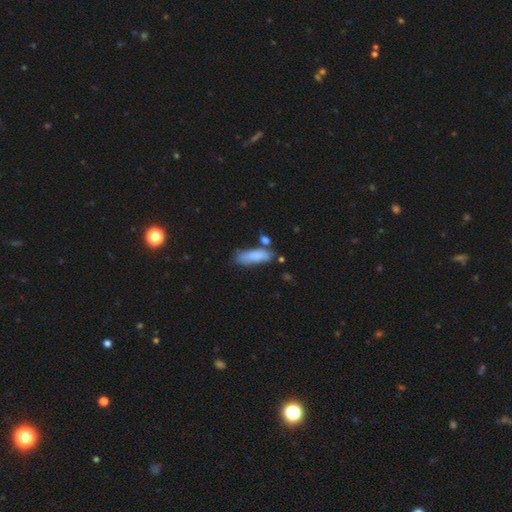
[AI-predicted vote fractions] Overall: smooth (81%). How rounded: in between (56%; cigar-shaped 42%). Merging: none (55%; minor disturbance 25%).